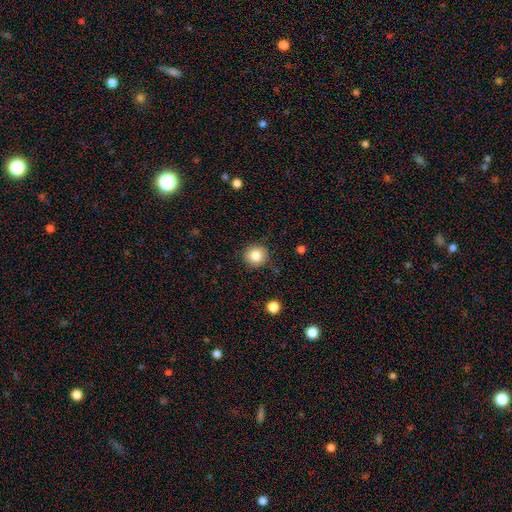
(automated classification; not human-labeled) Morphology: type=smooth (83%); roundness=round (91%); merging=none (88%).